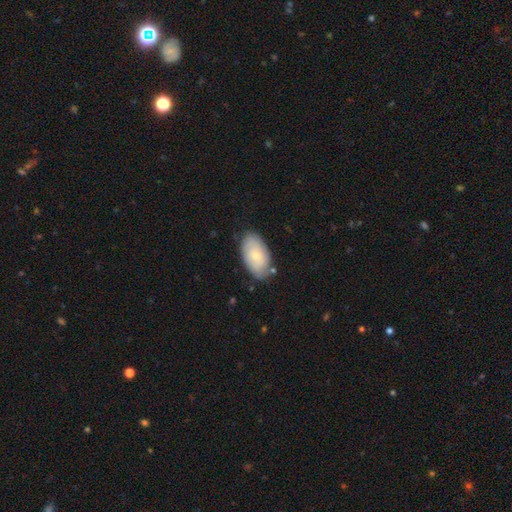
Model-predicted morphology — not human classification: smooth_or_featured: smooth (p=0.66) [alt: featured or disk p=0.28]
how_rounded: in between (p=0.94) [alt: round p=0.04]
merging: none (p=0.77) [alt: minor disturbance p=0.17]